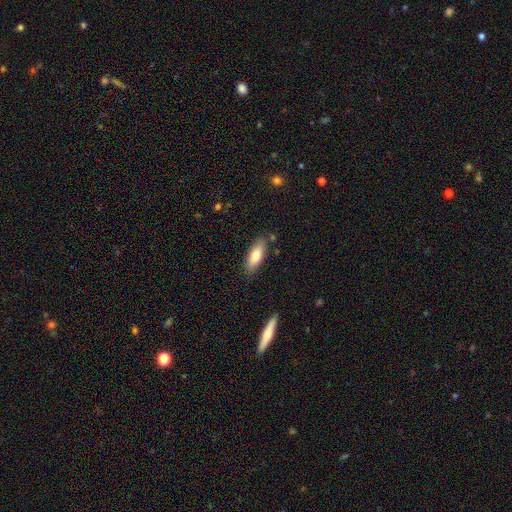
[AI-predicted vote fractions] This appears to be a smooth galaxy with no disk features (73%) that is in between round and cigar-shaped (67%). Merging: none (83%).